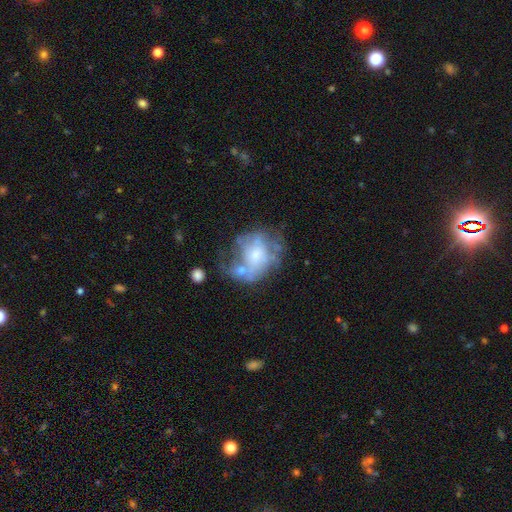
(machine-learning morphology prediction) Overall: featured or disk (58%; smooth 33%). Edge-on disk: no (97%). Bar: no (78%). Spiral arms: no (63%; yes 37%). Bulge size: small (46%; moderate 39%). Merging: none (31%; major disturbance 28%).